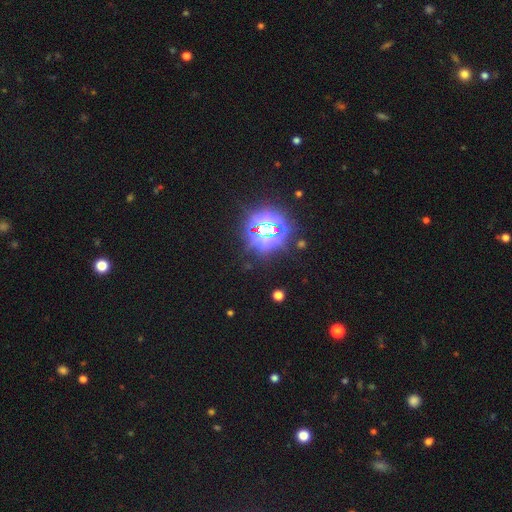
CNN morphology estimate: A star or artifact, not a galaxy (77%).